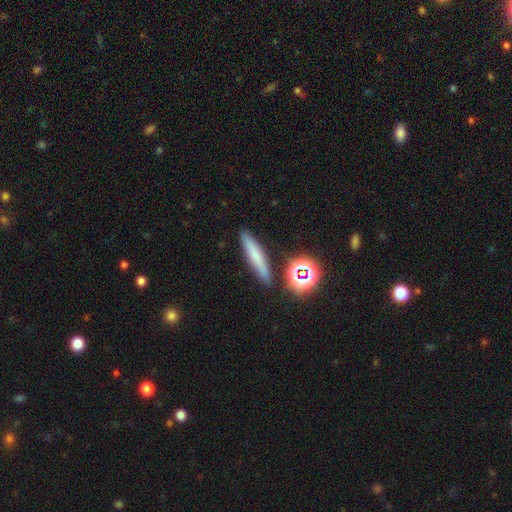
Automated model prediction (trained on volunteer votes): Q: Smooth or featured?
A: smooth (64%); runner-up: featured or disk (22%)
Q: How rounded?
A: cigar-shaped (83%); runner-up: in between (11%)
Q: Merging?
A: none (87%); runner-up: minor disturbance (8%)